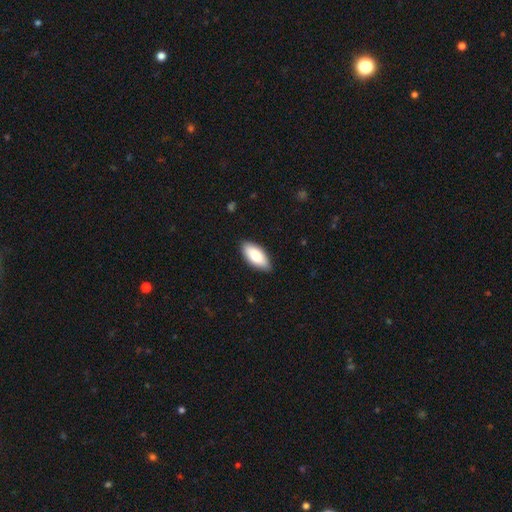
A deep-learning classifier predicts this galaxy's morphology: type=smooth (81%); roundness=in between (88%); merging=none (87%).